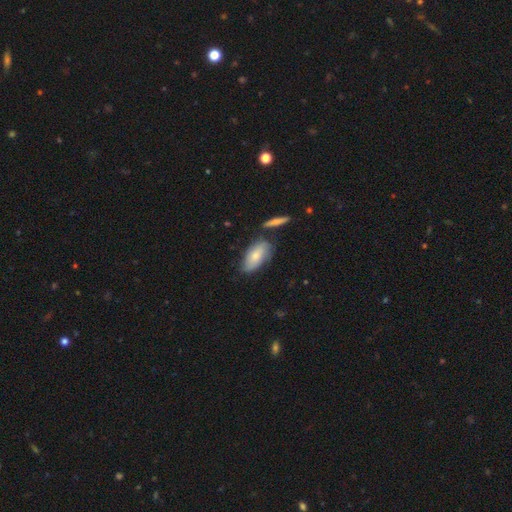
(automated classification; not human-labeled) Q: Smooth or featured?
A: smooth (71%); runner-up: featured or disk (23%)
Q: How rounded?
A: in between (89%); runner-up: cigar-shaped (8%)
Q: Merging?
A: none (61%); runner-up: minor disturbance (23%)